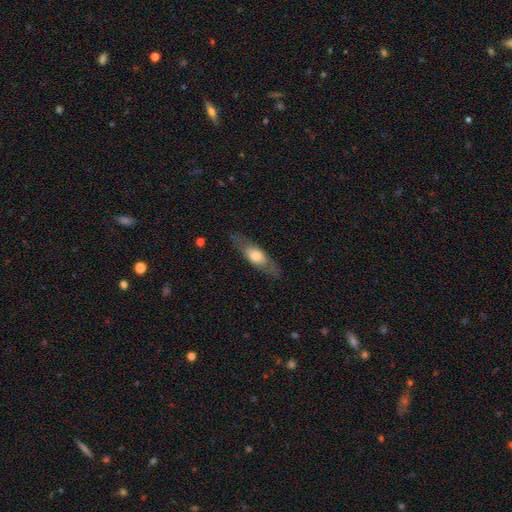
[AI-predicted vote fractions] This is possibly a smooth galaxy (53%). How rounded: possibly in between (52%). Merging: likely none (78%).